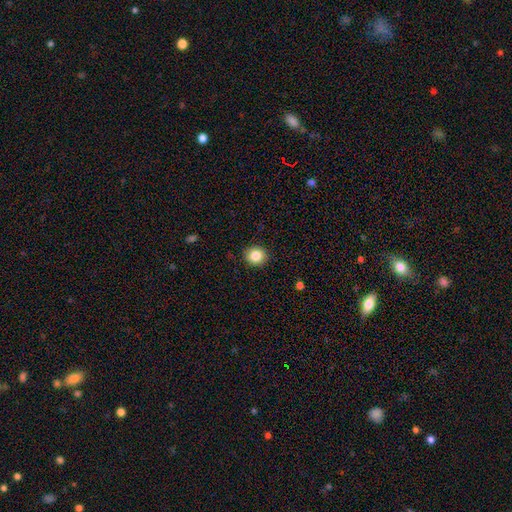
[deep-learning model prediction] A smooth galaxy with no disk features (85%) that is round (84%). Merging: none (90%).